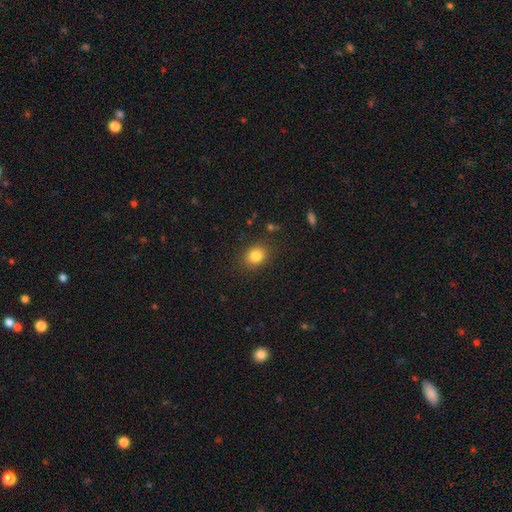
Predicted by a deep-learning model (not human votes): The model was most divided on "how rounded": round: 54%, in between: 46%, cigar-shaped: 1%. More confident: merging — none (86%); smooth or featured — smooth (83%).